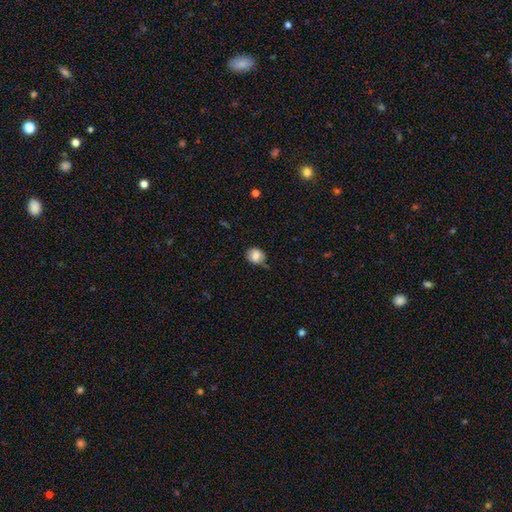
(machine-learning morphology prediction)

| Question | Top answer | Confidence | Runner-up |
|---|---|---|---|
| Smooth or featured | smooth | 80% | featured or disk (10%) |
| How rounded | round | 66% | in between (33%) |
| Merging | none | 70% | minor disturbance (23%) |